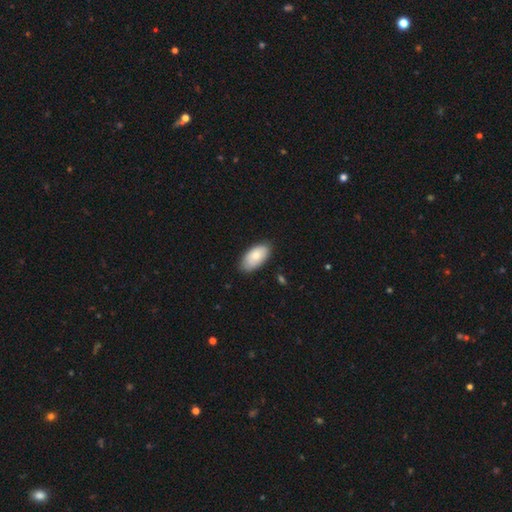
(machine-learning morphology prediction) type=smooth (77%); roundness=in between (95%); merging=none (82%).